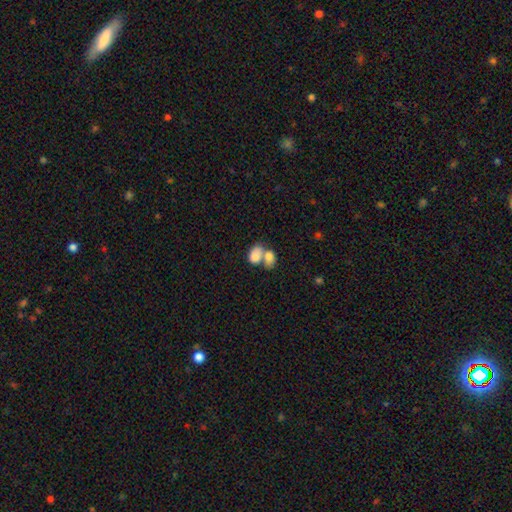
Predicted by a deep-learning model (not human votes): Smooth or featured: smooth — 77% (featured or disk — 16%)
How rounded: in between — 78% (round — 21%)
Merging: merger — 71% (none — 17%)